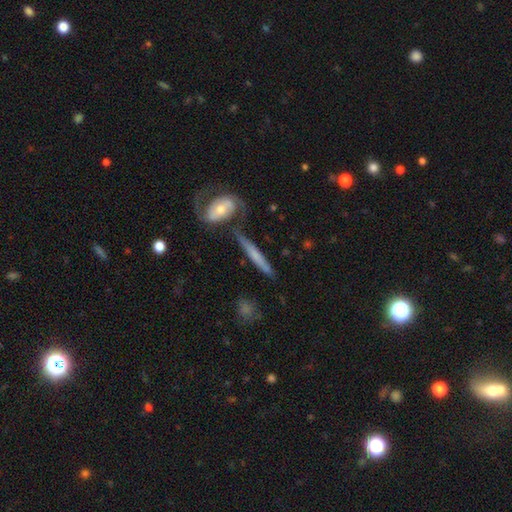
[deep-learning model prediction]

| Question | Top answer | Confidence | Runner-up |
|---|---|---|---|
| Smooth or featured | featured or disk | 48% | smooth (45%) |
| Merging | none | 71% | minor disturbance (14%) |